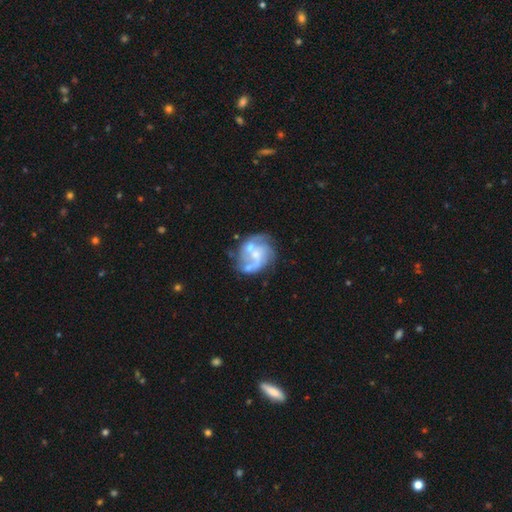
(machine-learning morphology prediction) Smooth or featured?
  - featured or disk: 76% *
  - smooth: 16%
  - star or artifact: 8%
Edge-on disk?
  - no: 98% *
  - yes: 2%
Bar?
  - no: 63% *
  - weak: 31%
  - strong: 6%
Spiral arms?
  - yes: 80% *
  - no: 20%
Spiral winding?
  - medium: 45% *
  - loose: 35%
  - tight: 21%
Spiral arm count?
  - 2: 38% *
  - 3: 25%
  - can't tell: 21%
  - 1: 6%
  - 4: 6%
  - more than 4: 4%
Bulge size?
  - small: 43% *
  - moderate: 33%
  - none: 19%
  - large: 3%
  - dominant: 1%
Merging?
  - none: 48% *
  - minor disturbance: 19%
  - major disturbance: 18%
  - merger: 16%